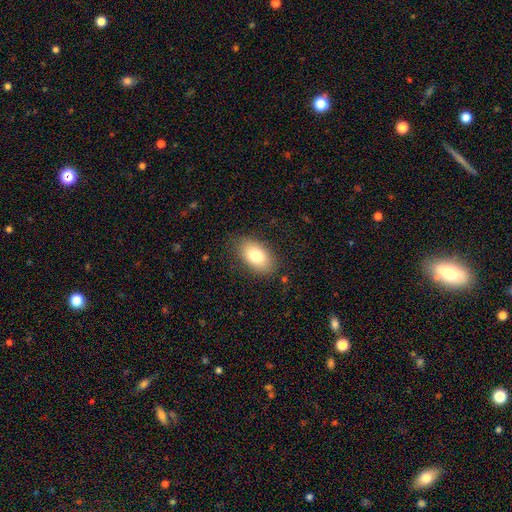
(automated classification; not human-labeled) smooth 79%, featured or disk 14%, star or artifact 8%. Down the decision tree: how rounded — in between (92%); merging — none (84%).